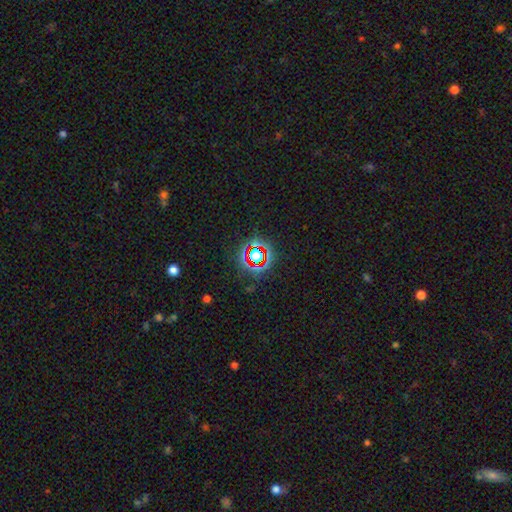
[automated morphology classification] Overall: star or artifact (74%).